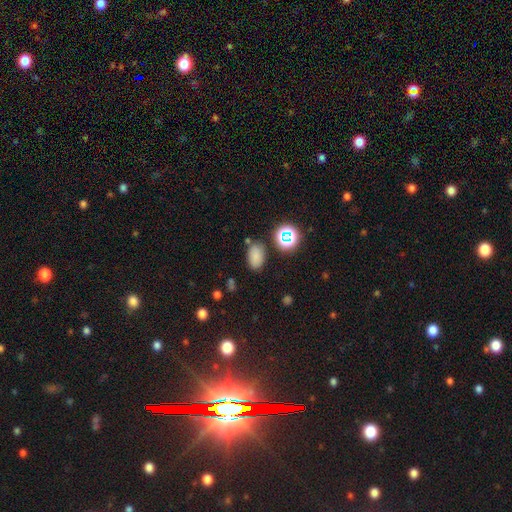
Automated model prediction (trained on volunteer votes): A smooth galaxy with no disk features (77%) that is in between round and cigar-shaped (87%). Merging: none (77%).